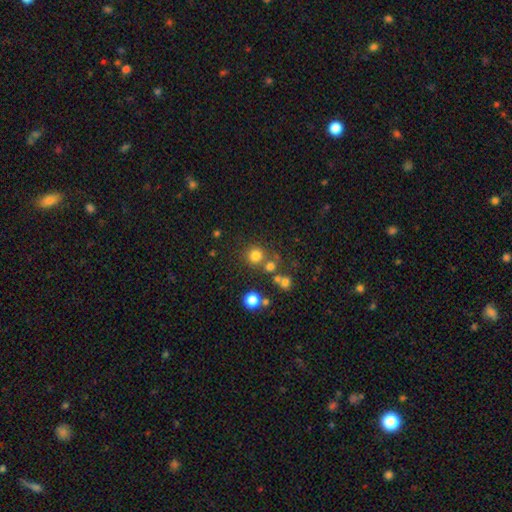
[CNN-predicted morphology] smooth_or_featured: smooth (p=0.76) [alt: star or artifact p=0.17]
how_rounded: round (p=0.92) [alt: in between p=0.07]
merging: none (p=0.73) [alt: merger p=0.14]